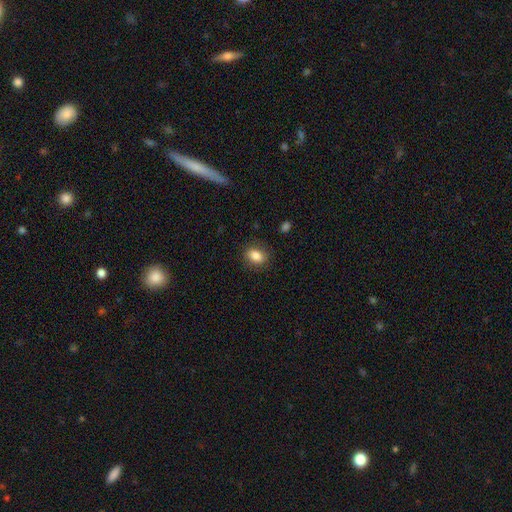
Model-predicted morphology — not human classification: smooth 84%, star or artifact 9%, featured or disk 8%. Down the decision tree: how rounded — in between (65%); merging — none (85%).